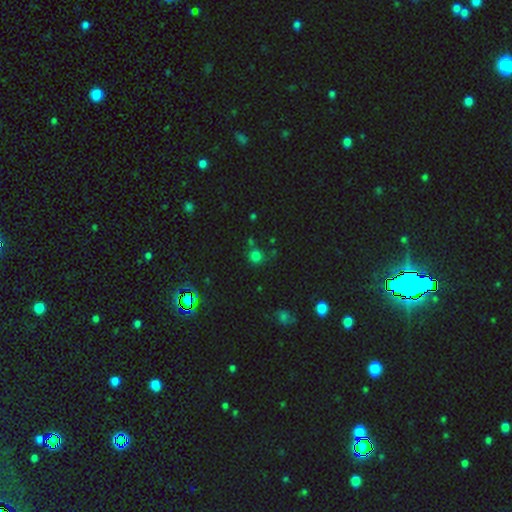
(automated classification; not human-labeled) The model was most divided on "smooth or featured": smooth: 69%, star or artifact: 25%, featured or disk: 6%. More confident: how rounded — round (90%); merging — none (71%).